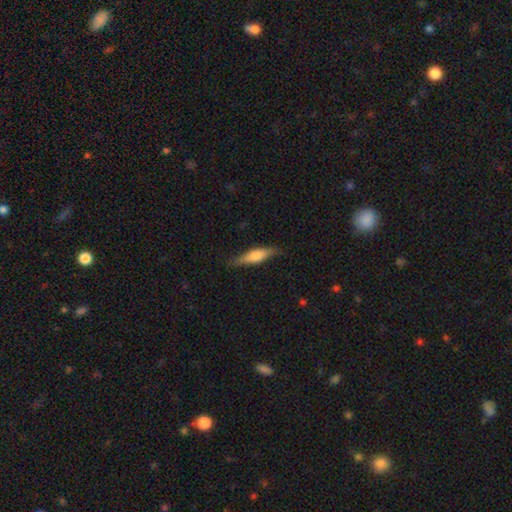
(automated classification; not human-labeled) Smooth or featured? Predicted: smooth (p=0.61). How rounded? Predicted: cigar-shaped (p=0.66). Merging? Predicted: none (p=0.78).